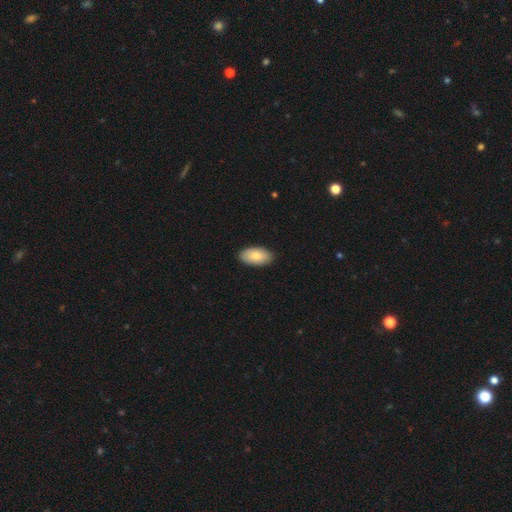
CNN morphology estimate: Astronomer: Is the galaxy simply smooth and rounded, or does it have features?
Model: smooth — 83%.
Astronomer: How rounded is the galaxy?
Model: in between — 96%.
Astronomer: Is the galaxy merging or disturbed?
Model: none — 89%.